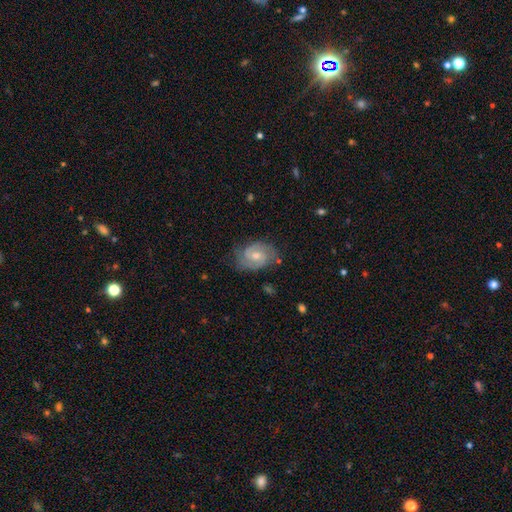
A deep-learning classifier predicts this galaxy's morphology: smooth_or_featured: featured or disk (p=0.77) [alt: smooth p=0.17]
disk_edge_on: no (p=0.97) [alt: yes p=0.03]
bar: no (p=0.47) [alt: weak p=0.46]
has_spiral_arms: yes (p=0.94) [alt: no p=0.06]
spiral_winding: tight (p=0.44) [tied with: medium p=0.44]
spiral_arm_count: 2 (p=0.81) [alt: can't tell p=0.10]
bulge_size: moderate (p=0.58) [alt: small p=0.35]
merging: none (p=0.72) [alt: minor disturbance p=0.20]